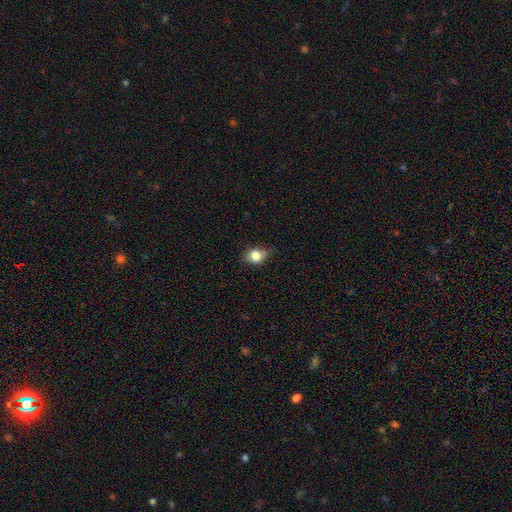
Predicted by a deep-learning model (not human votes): A smooth galaxy with no disk features (79%) that is in between round and cigar-shaped (57%). Merging: none (65%).